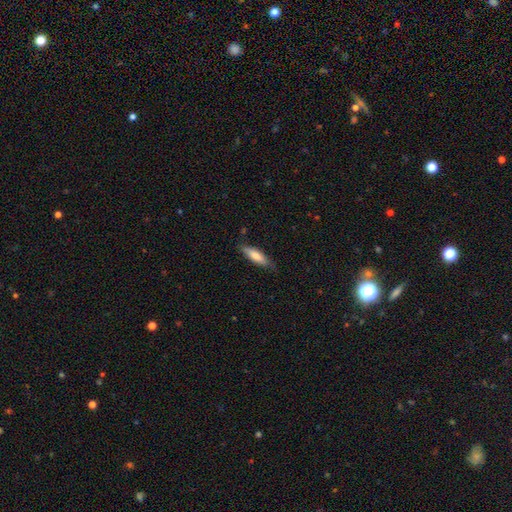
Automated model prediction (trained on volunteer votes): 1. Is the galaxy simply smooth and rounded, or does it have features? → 75% smooth, 19% featured or disk, 6% star or artifact.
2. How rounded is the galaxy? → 61% cigar-shaped, 38% in between, 2% round.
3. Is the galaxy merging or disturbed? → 79% none, 17% minor disturbance, 3% major disturbance, 1% merger.